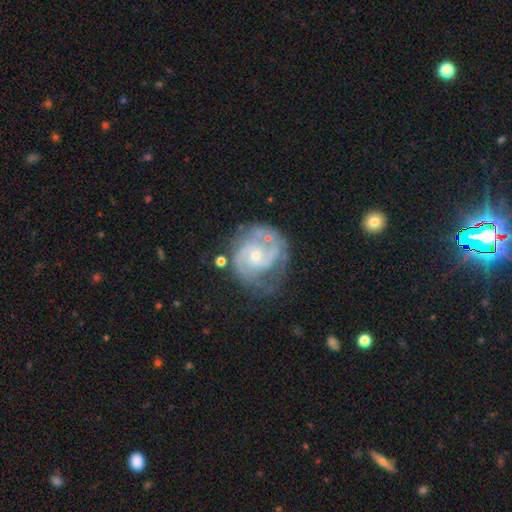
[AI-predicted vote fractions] A featured or disk galaxy (85%) with no bar (61%), 2 (71%) medium (47%) spiral arms (95%) and a small central bulge (60%).

Vote fractions:
- Smooth or featured? featured or disk: 85% / smooth: 9% / star or artifact: 6%
- Edge-on disk? no: 98% / yes: 2%
- Bar? no: 61% / weak: 33% / strong: 6%
- Spiral arms? yes: 95% / no: 5%
- Spiral winding? medium: 47% / tight: 40% / loose: 13%
- Spiral arm count? 2: 71% / can't tell: 13% / 3: 8% / 1: 4% / 4: 2% / more than 4: 2%
- Bulge size? small: 60% / moderate: 35% / none: 2% / large: 2% / dominant: 1%
- Merging? none: 58% / minor disturbance: 24% / major disturbance: 13% / merger: 5%